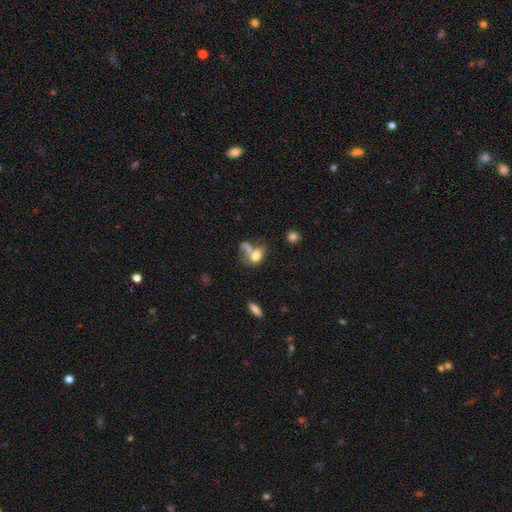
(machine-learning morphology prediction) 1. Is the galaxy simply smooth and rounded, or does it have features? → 70% smooth, 19% featured or disk, 11% star or artifact.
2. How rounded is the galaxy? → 65% in between, 32% round, 3% cigar-shaped.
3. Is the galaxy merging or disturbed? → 47% merger, 23% none, 17% major disturbance, 12% minor disturbance.